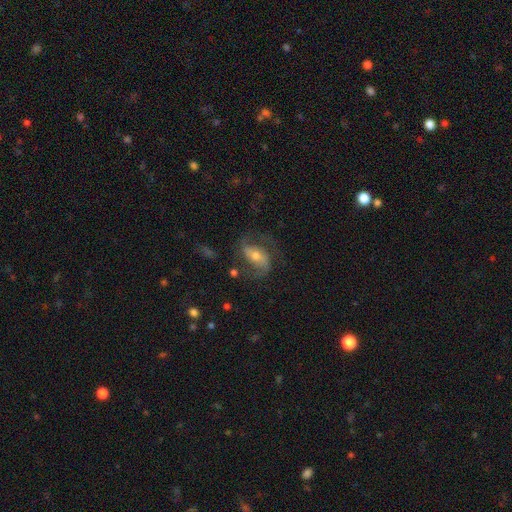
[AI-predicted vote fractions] A featured or disk galaxy (76%) with a weak bar (38%), 2 (87%) medium (51%) spiral arms (92%) and a moderate central bulge (53%).

Vote fractions:
- Smooth or featured? featured or disk: 76% / smooth: 17% / star or artifact: 8%
- Edge-on disk? no: 96% / yes: 4%
- Bar? weak: 38% / strong: 32% / no: 30%
- Spiral arms? yes: 92% / no: 8%
- Spiral winding? medium: 51% / loose: 33% / tight: 16%
- Spiral arm count? 2: 87% / can't tell: 5% / 1: 4% / 3: 2% / 4: 1% / more than 4: 1%
- Bulge size? moderate: 53% / small: 38% / large: 6% / none: 2% / dominant: 1%
- Merging? none: 64% / minor disturbance: 17% / major disturbance: 17% / merger: 3%